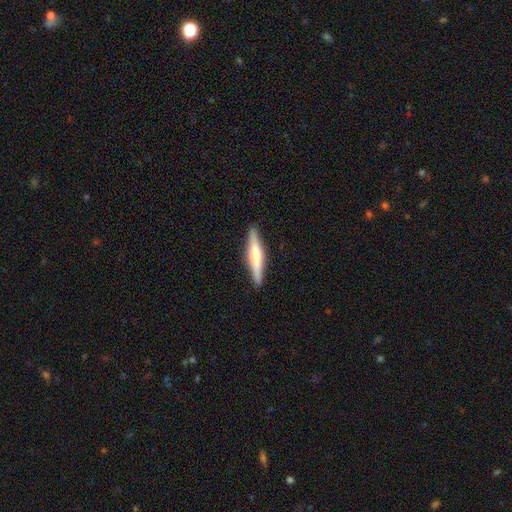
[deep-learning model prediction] Smooth or featured? featured or disk (49%)
Merging? none (91%)